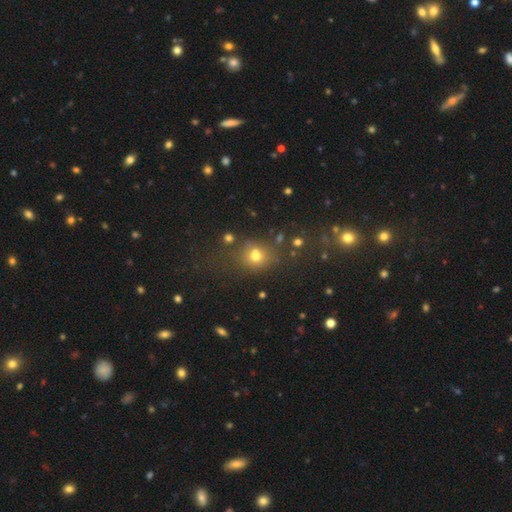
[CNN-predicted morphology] Smooth or featured? Predicted: smooth (p=0.67). How rounded? Predicted: round (p=0.66). Merging? Predicted: none (p=0.62).